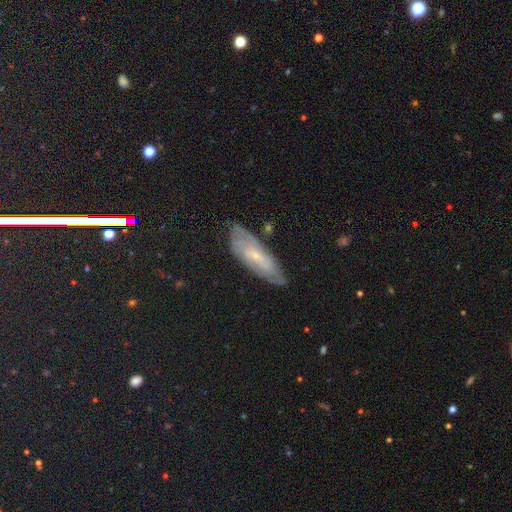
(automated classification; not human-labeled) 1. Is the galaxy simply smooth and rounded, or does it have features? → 61% featured or disk, 26% smooth, 13% star or artifact.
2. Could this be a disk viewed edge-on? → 77% no, 23% yes.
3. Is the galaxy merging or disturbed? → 74% none, 19% minor disturbance, 5% major disturbance, 2% merger.